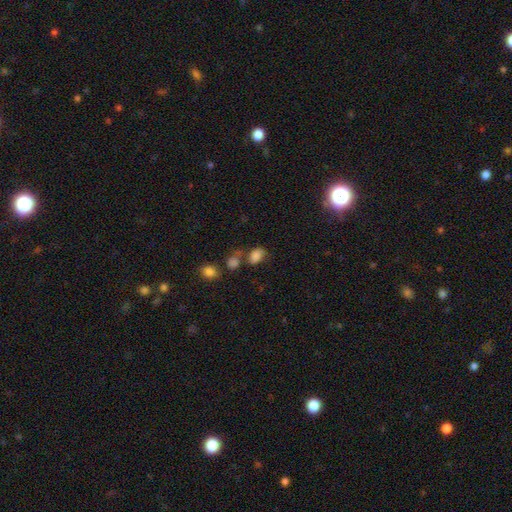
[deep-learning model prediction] This appears to be a smooth galaxy with no disk features (79%) that is in between round and cigar-shaped (78%). Merging: none (43%).